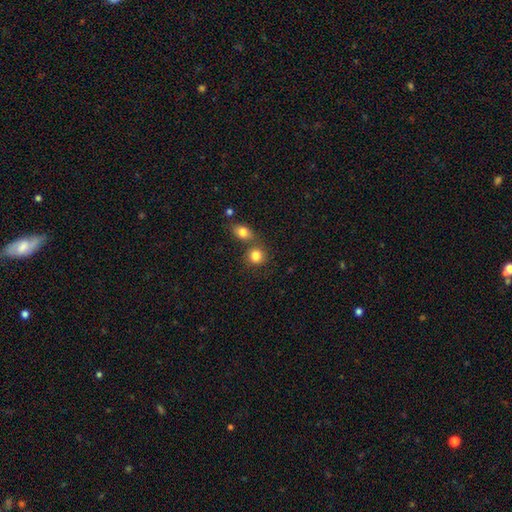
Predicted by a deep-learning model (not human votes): Smooth or featured?
  - smooth: 82% *
  - star or artifact: 10%
  - featured or disk: 7%
How rounded?
  - round: 80% *
  - in between: 19%
  - cigar-shaped: 1%
Merging?
  - none: 56% *
  - merger: 32%
  - minor disturbance: 9%
  - major disturbance: 3%